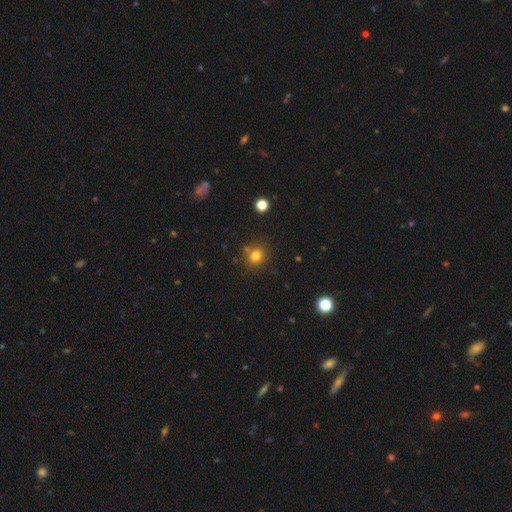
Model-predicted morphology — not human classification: type=smooth (78%); roundness=round (87%); merging=none (78%).